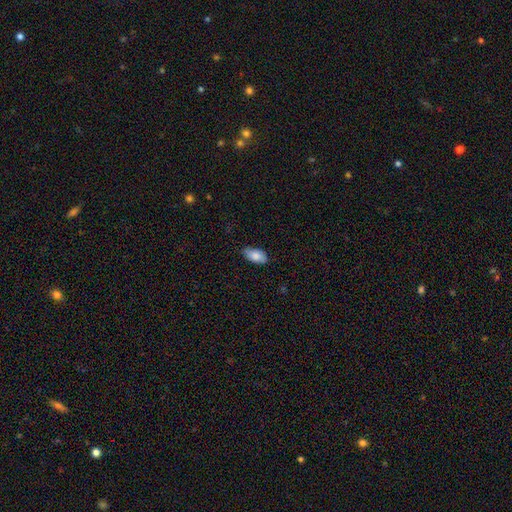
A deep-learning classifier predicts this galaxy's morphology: type=smooth (82%); roundness=in between (93%); merging=none (82%).